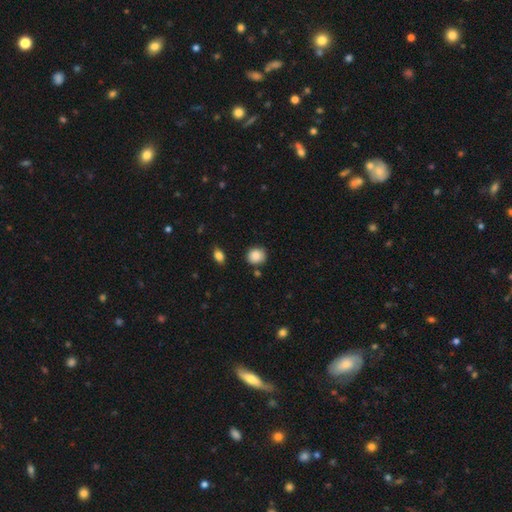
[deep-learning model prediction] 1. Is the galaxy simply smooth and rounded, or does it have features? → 87% smooth, 9% star or artifact, 5% featured or disk.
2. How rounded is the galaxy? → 83% round, 16% in between, 1% cigar-shaped.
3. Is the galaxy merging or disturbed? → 81% none, 13% minor disturbance, 4% merger, 3% major disturbance.